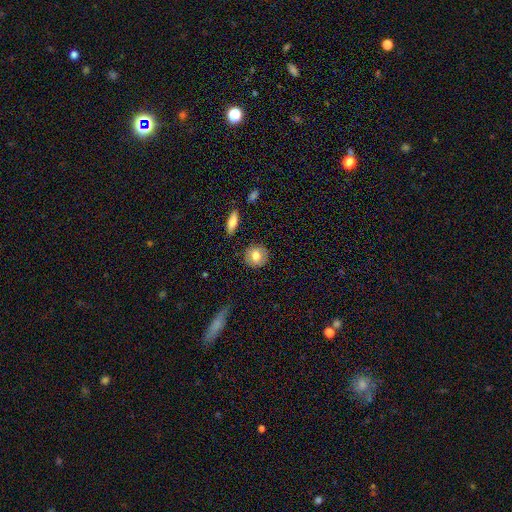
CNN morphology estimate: Q: Smooth or featured?
A: smooth (75%); runner-up: featured or disk (18%)
Q: How rounded?
A: round (86%); runner-up: in between (13%)
Q: Merging?
A: none (87%); runner-up: minor disturbance (9%)